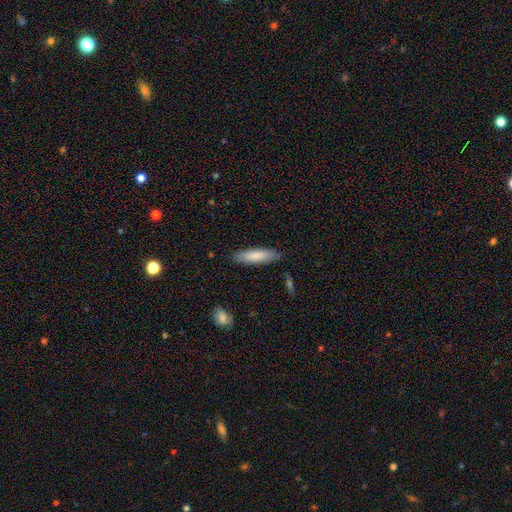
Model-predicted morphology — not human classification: Smooth or featured? Predicted: smooth (p=0.83). How rounded? Predicted: cigar-shaped (p=0.64). Merging? Predicted: none (p=0.86).